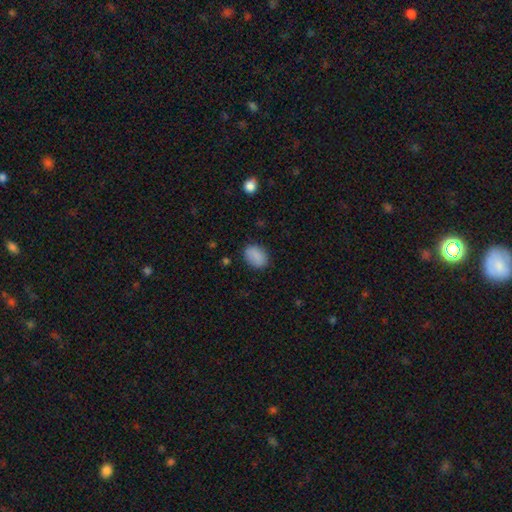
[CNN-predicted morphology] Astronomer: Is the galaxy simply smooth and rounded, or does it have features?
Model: smooth — 87%.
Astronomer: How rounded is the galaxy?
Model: in between — 76%.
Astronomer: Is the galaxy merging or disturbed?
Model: none — 84%.